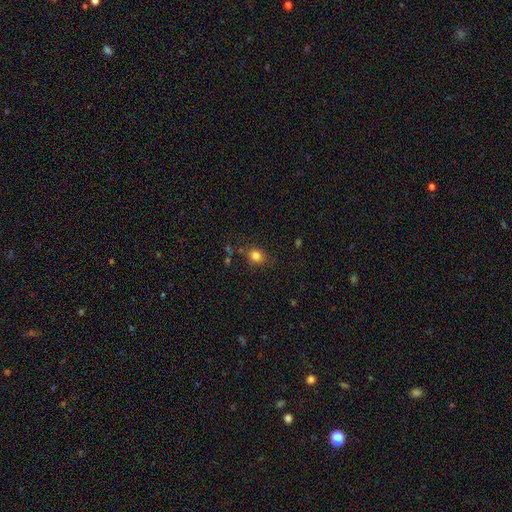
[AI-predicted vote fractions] The model was most divided on "how rounded": round: 66%, in between: 33%, cigar-shaped: 1%. More confident: smooth or featured — smooth (82%); merging — none (79%).